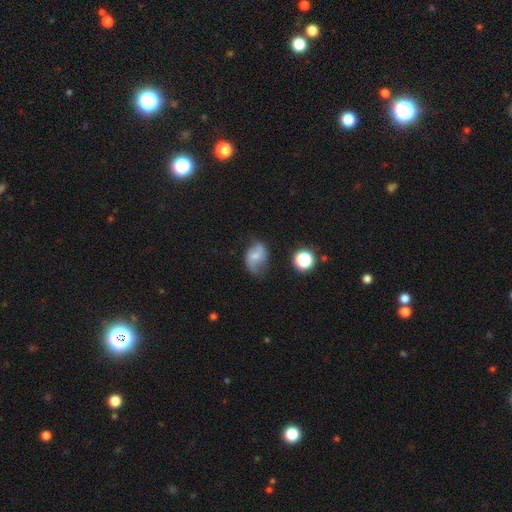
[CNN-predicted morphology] A featured or disk galaxy (58%) with no bar (50%), spiral arms (86%) and a small central bulge (46%).

Vote fractions:
- Smooth or featured? featured or disk: 58% / smooth: 32% / star or artifact: 10%
- Edge-on disk? no: 97% / yes: 3%
- Bar? no: 50% / weak: 40% / strong: 11%
- Spiral arms? yes: 86% / no: 14%
- Bulge size? small: 46% / moderate: 40% / none: 9% / large: 3% / dominant: 1%
- Merging? none: 55% / minor disturbance: 29% / major disturbance: 13% / merger: 3%